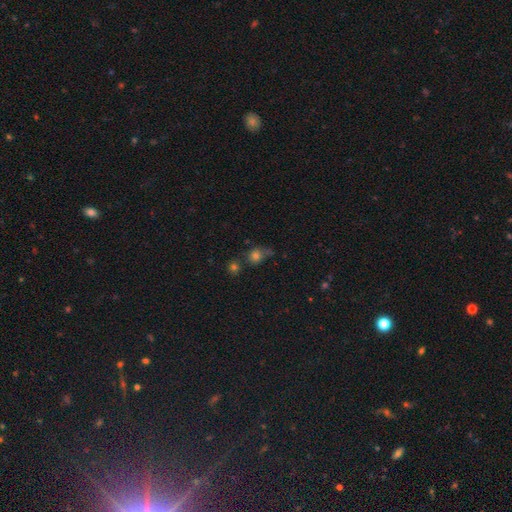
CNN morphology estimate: This appears to be a smooth galaxy with no disk features (73%) that is round (74%). Merging: none (53%).